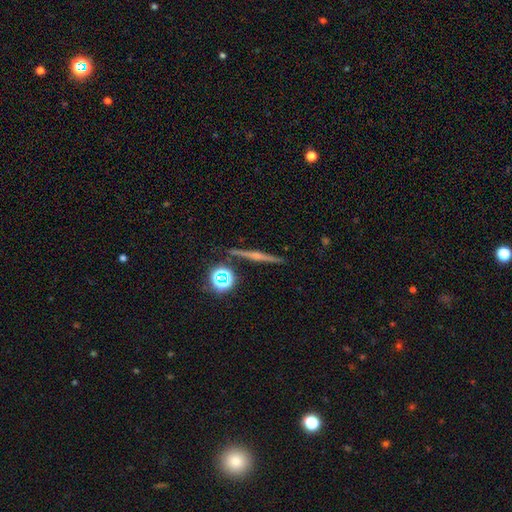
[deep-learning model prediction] featured or disk 67%, smooth 20%, star or artifact 13%. Down the decision tree: edge-on disk — yes (97%); edge-on bulge — rounded (75%); merging — none (90%).